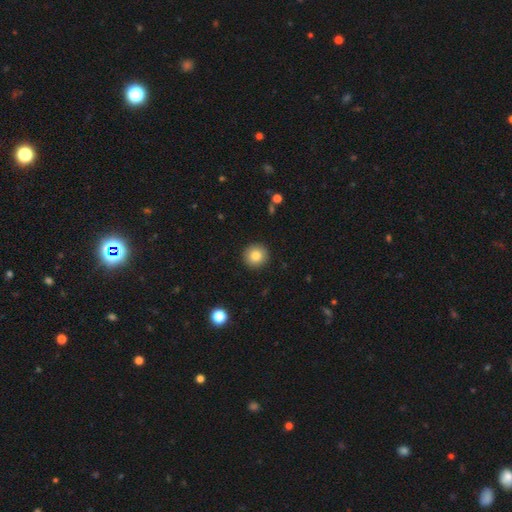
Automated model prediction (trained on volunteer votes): This appears to be a smooth galaxy with no disk features (83%) that is round (95%). Merging: none (93%).